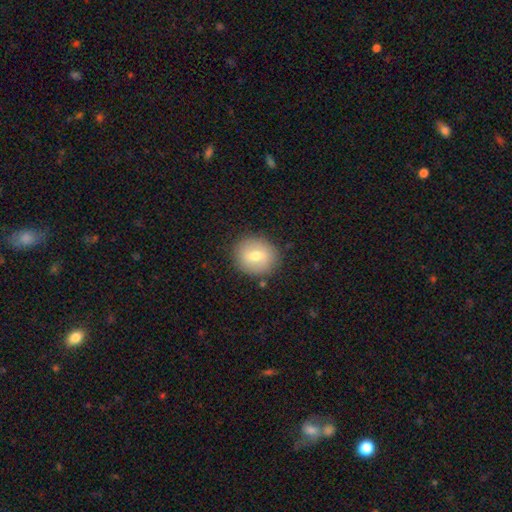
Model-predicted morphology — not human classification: Smooth or featured? Predicted: smooth (p=0.66). How rounded? Predicted: round (p=0.82). Merging? Predicted: none (p=0.86).